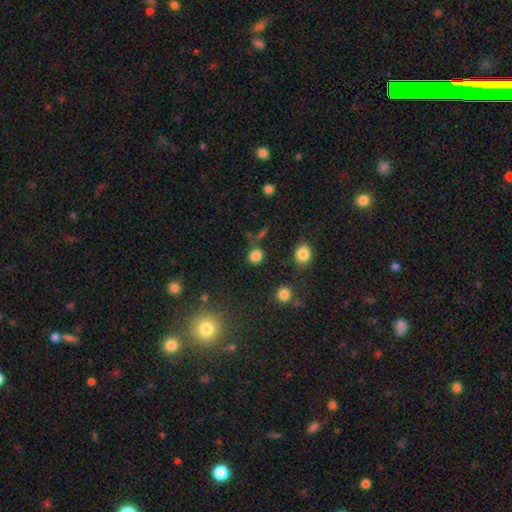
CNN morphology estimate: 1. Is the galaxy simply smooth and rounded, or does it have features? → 81% smooth, 14% star or artifact, 5% featured or disk.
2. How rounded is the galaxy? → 83% round, 16% in between, 1% cigar-shaped.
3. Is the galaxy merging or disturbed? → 74% none, 12% minor disturbance, 9% merger, 5% major disturbance.